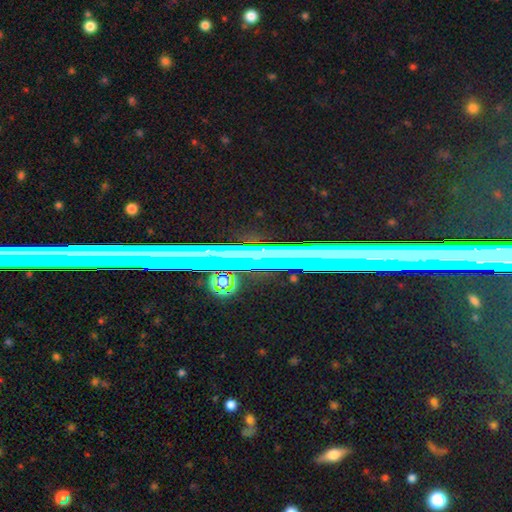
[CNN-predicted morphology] type=star or artifact (67%).